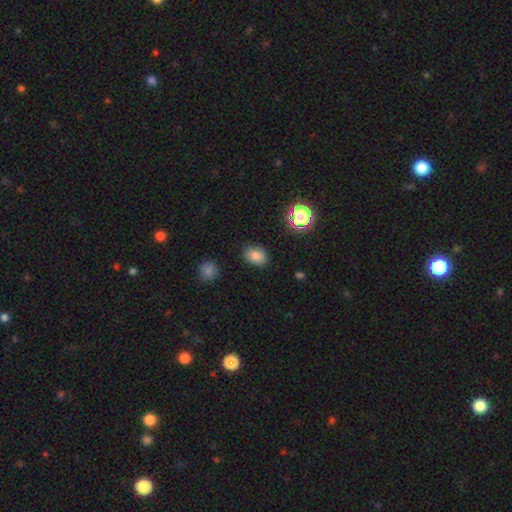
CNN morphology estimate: A smooth galaxy with no disk features (80%) that is in between round and cigar-shaped (72%).

Vote fractions:
- Smooth or featured? smooth: 80% / star or artifact: 14% / featured or disk: 6%
- How rounded? in between: 72% / round: 27% / cigar-shaped: 1%
- Merging? none: 84% / minor disturbance: 12% / major disturbance: 3% / merger: 2%